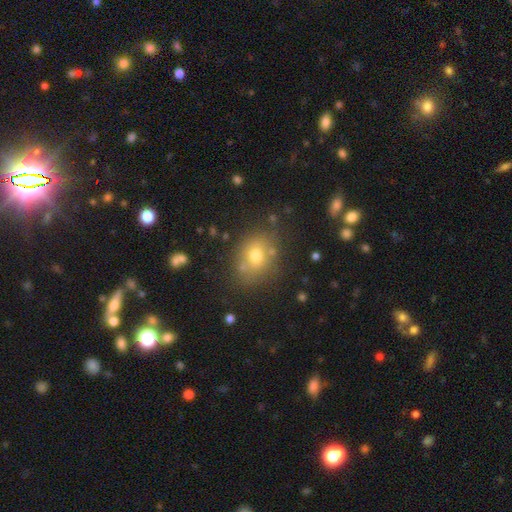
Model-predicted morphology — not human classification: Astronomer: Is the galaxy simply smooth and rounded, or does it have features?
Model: smooth — 69%.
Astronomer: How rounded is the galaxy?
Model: in between — 51% (runner-up: round, 48%).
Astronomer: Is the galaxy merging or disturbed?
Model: none — 75%.